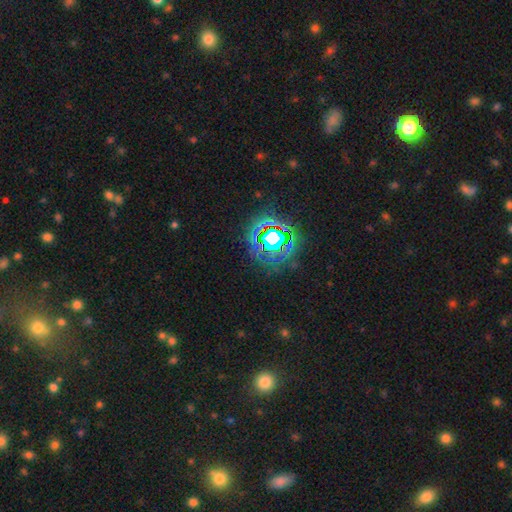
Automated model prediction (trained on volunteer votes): Q: Smooth or featured?
A: star or artifact (75%); runner-up: smooth (17%)